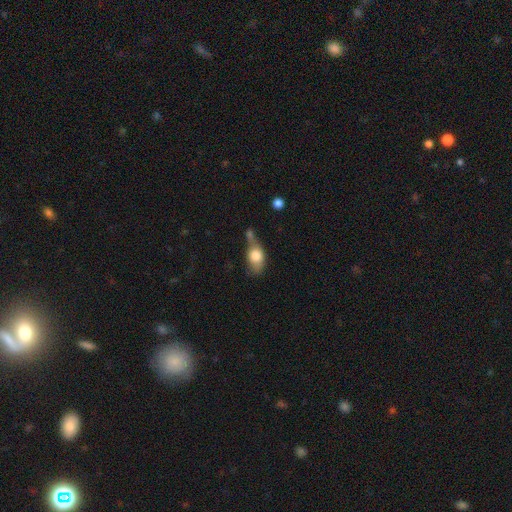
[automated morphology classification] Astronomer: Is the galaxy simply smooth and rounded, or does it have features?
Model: smooth — 71%.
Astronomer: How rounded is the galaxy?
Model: in between — 76%.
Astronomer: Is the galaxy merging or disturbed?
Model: merger — 33% (runner-up: none, 27%).